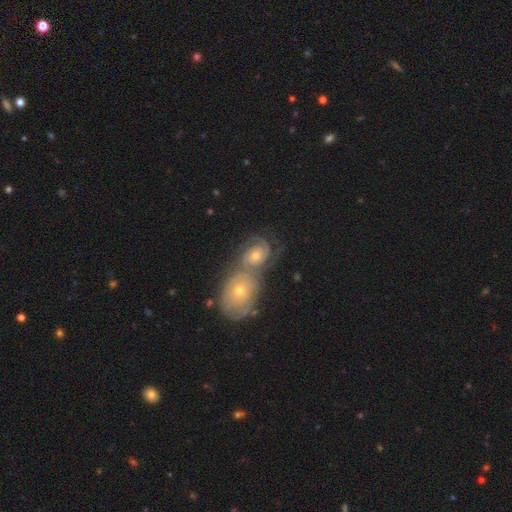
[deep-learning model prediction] A featured or disk galaxy (84%) with no bar (77%), 2 (53%) tight (65%) spiral arms (96%) and a small central bulge (51%). Merging: merger (62%).